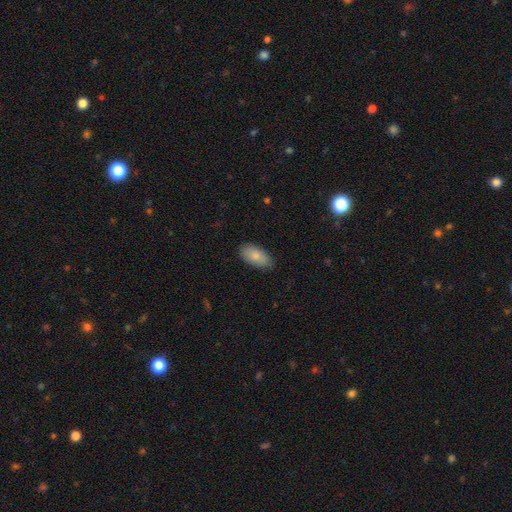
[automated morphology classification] Smooth or featured? smooth (84%)
How rounded? in between (93%)
Merging? none (84%)